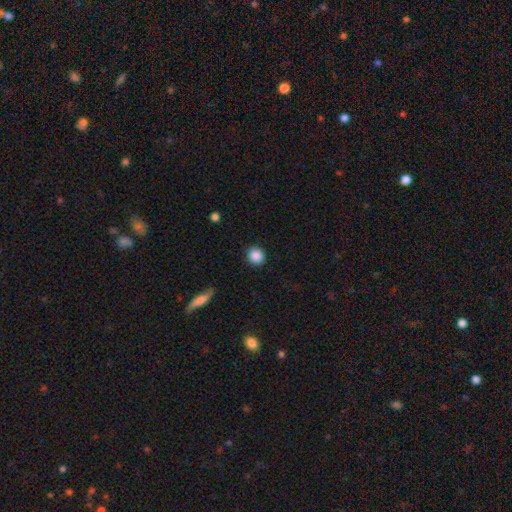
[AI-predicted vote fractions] Overall: smooth (88%). How rounded: round (87%). Merging: none (89%).